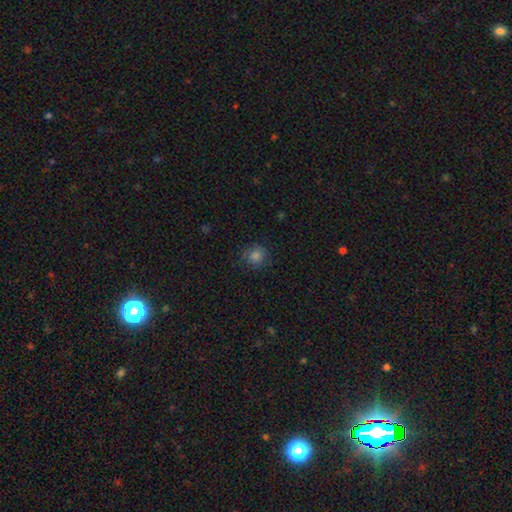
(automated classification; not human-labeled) A smooth galaxy with no disk features (79%) that is round (91%).

Vote fractions:
- Smooth or featured? smooth: 79% / star or artifact: 15% / featured or disk: 6%
- How rounded? round: 91% / in between: 8% / cigar-shaped: 1%
- Merging? none: 83% / minor disturbance: 12% / major disturbance: 4% / merger: 1%